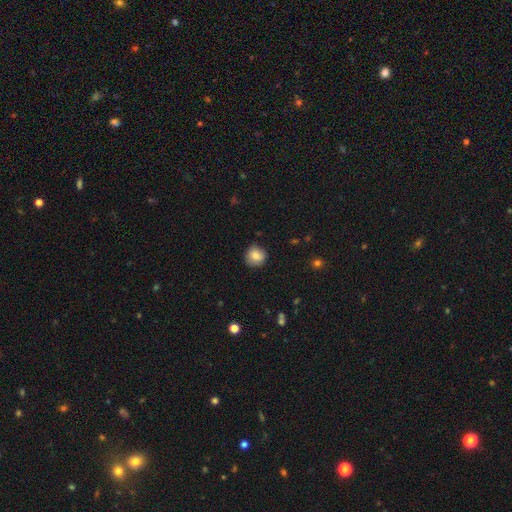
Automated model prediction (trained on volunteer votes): Overall: smooth (85%). How rounded: round (88%). Merging: none (83%).